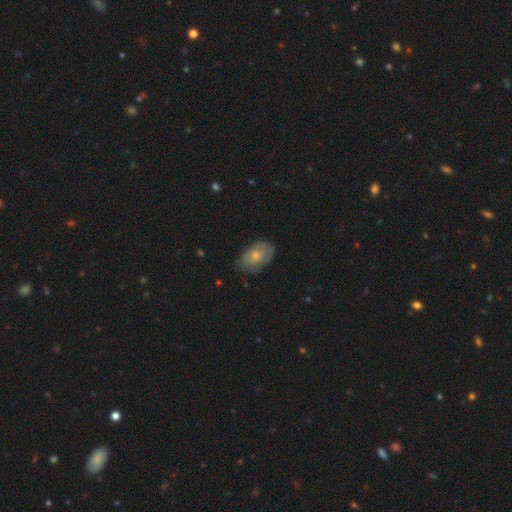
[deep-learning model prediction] smooth-or-featured: smooth: 60% | featured or disk: 31% | star or artifact: 9%
  how-rounded: in between: 90% | round: 9% | cigar-shaped: 2%
  merging: none: 75% | minor disturbance: 20% | major disturbance: 4% | merger: 1%